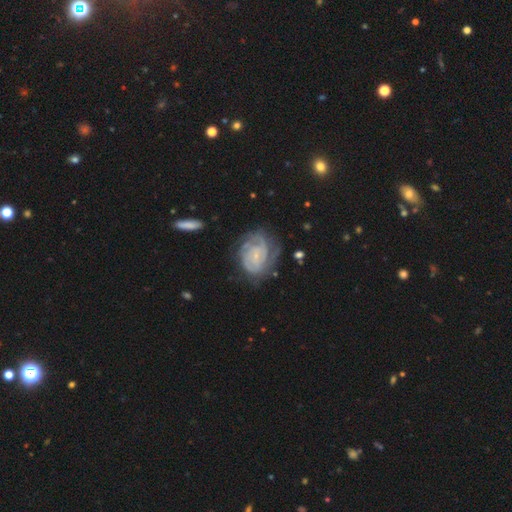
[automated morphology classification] Overall: featured or disk (81%). Edge-on disk: no (98%). Bar: no (61%; weak 32%). Spiral arms: yes (93%). Spiral arm count: can't tell (36%; 2 28%). Spiral winding: tight (67%). Bulge size: small (78%). Merging: none (62%; minor disturbance 22%).